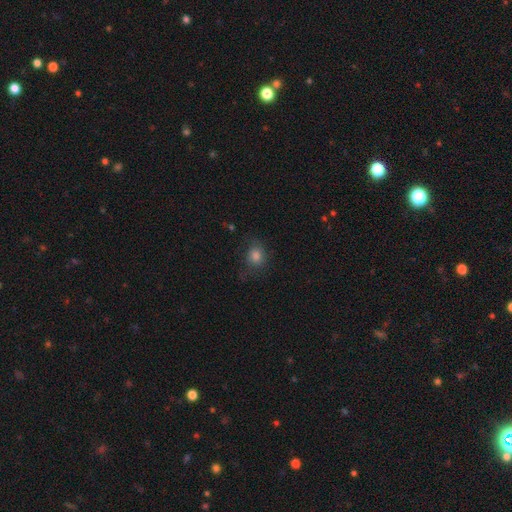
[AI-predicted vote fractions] The model was most divided on "how rounded": round: 73%, in between: 26%, cigar-shaped: 1%. More confident: smooth or featured — smooth (75%); merging — none (69%).